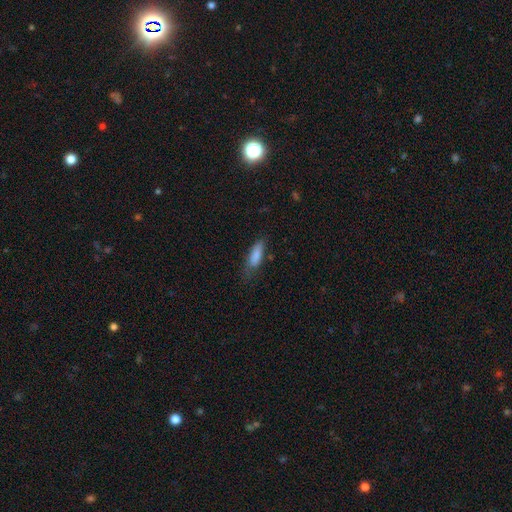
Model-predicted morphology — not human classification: This is clearly a smooth galaxy (84%). How rounded: possibly in between (60%). Merging: possibly none (59%).